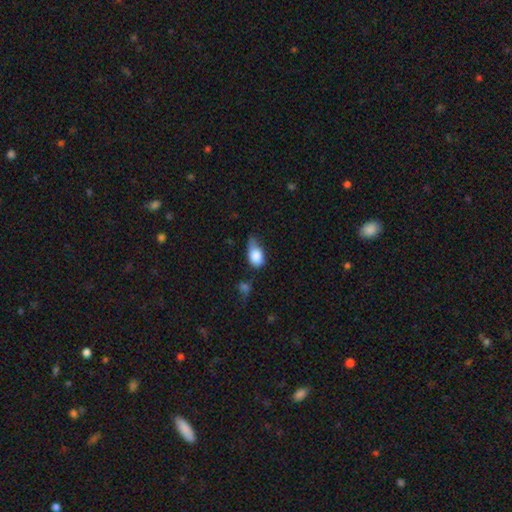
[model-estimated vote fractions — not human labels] This is clearly a smooth galaxy (82%). How rounded: clearly in between (82%). Merging: possibly minor disturbance (47%).